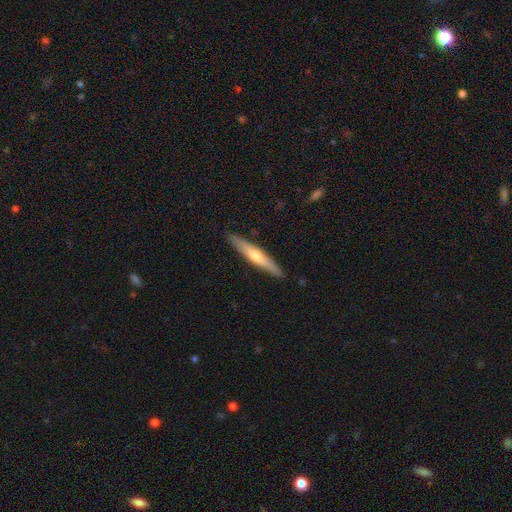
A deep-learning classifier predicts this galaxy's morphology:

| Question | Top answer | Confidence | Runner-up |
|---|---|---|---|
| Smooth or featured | featured or disk | 53% | smooth (41%) |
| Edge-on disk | yes | 94% | no (6%) |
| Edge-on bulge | rounded | 80% | none (15%) |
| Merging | none | 90% | minor disturbance (7%) |